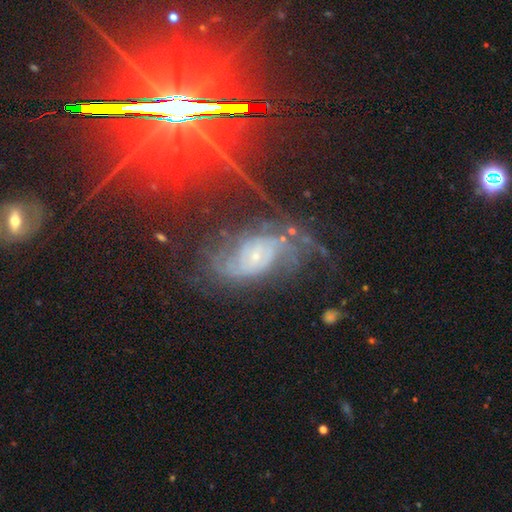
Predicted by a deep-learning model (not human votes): This appears to be a featured or disk galaxy (76%) with no bar (61%), 2 (36%) tight (41%, tied with medium) spiral arms (94%) and a small central bulge (74%). Merging: none (55%).